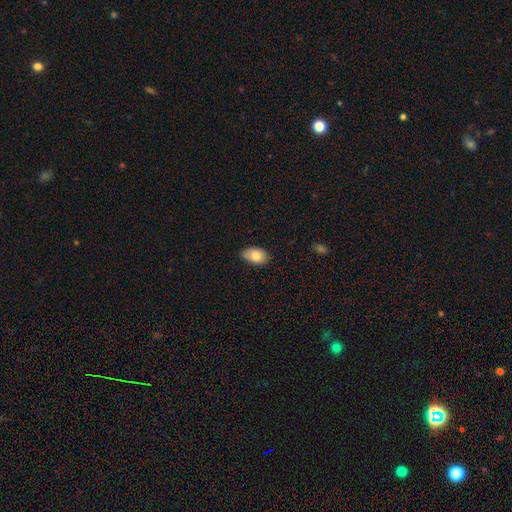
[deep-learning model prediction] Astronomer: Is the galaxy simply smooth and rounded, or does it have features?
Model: smooth — 80%.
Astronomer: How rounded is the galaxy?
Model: in between — 89%.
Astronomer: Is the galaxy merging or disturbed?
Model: none — 72%.